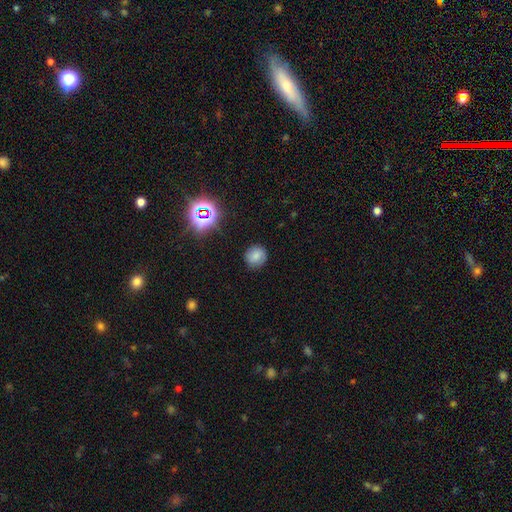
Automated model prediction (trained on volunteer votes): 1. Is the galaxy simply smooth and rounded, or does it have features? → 73% smooth, 15% star or artifact, 12% featured or disk.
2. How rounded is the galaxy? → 89% round, 10% in between, 1% cigar-shaped.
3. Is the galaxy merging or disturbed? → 85% none, 11% minor disturbance, 3% major disturbance, 1% merger.